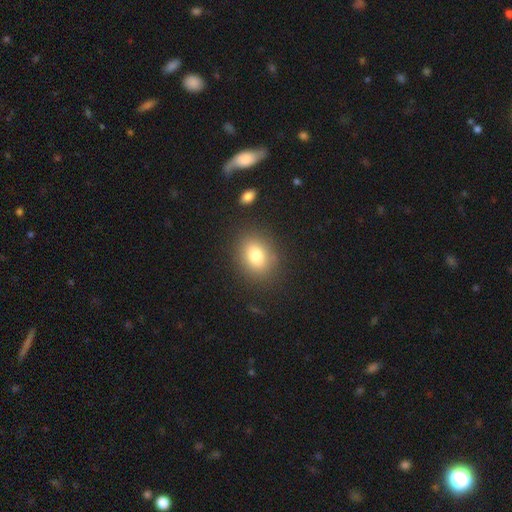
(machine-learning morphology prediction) smooth-or-featured: smooth: 79% | star or artifact: 11% | featured or disk: 10%
  how-rounded: in between: 53% | round: 46% | cigar-shaped: 1%
  merging: none: 84% | minor disturbance: 10% | major disturbance: 4% | merger: 2%